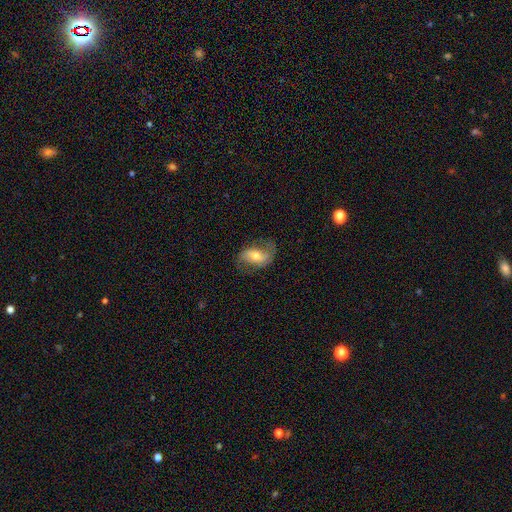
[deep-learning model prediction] Smooth or featured? featured or disk (59%)
Edge-on disk? no (95%)
Bar? no (39%)
Spiral arms? yes (83%)
Bulge size? moderate (62%)
Merging? none (67%)